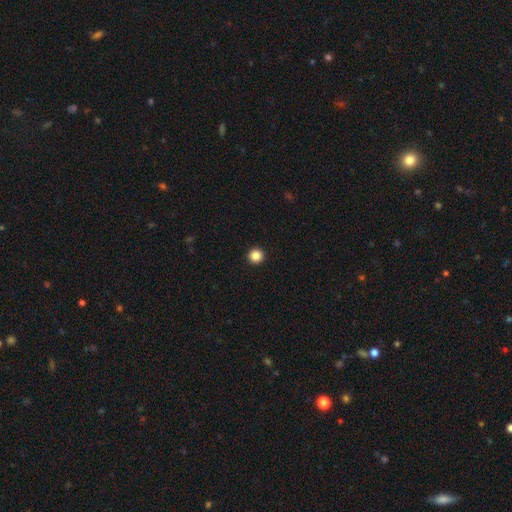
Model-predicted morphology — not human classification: smooth_or_featured: smooth (p=0.86) [alt: star or artifact p=0.11]
how_rounded: round (p=0.96) [alt: in between p=0.03]
merging: none (p=0.94) [alt: minor disturbance p=0.03]